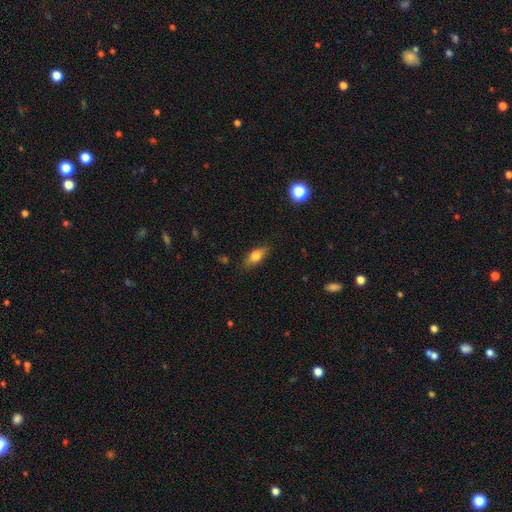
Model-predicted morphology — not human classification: Overall: smooth (73%). How rounded: in between (78%). Merging: none (84%).